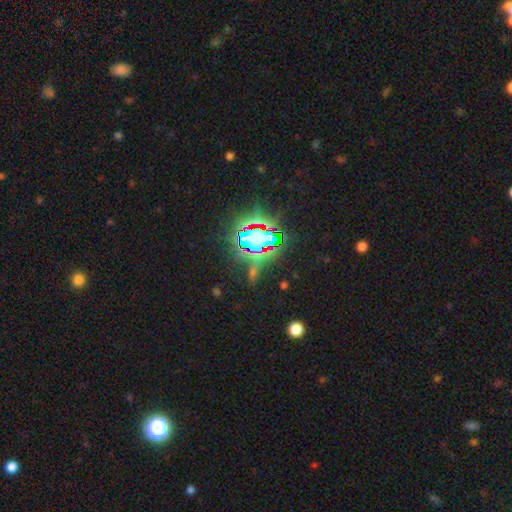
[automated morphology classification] smooth_or_featured: star or artifact (p=0.83) [alt: smooth p=0.10]